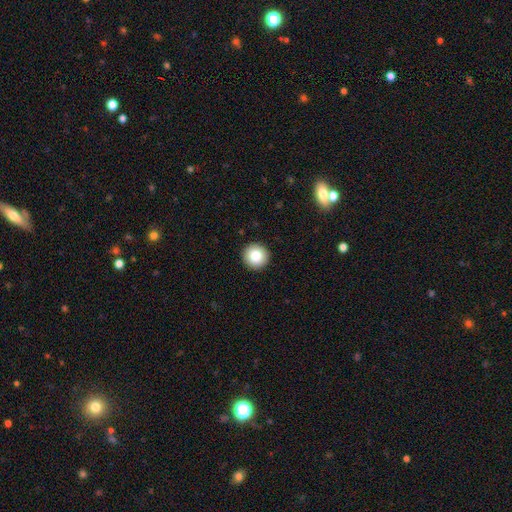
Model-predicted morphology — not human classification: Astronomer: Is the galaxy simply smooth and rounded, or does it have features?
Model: smooth — 83%.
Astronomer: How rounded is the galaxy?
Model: round — 96%.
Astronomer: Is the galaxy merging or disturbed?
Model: none — 93%.